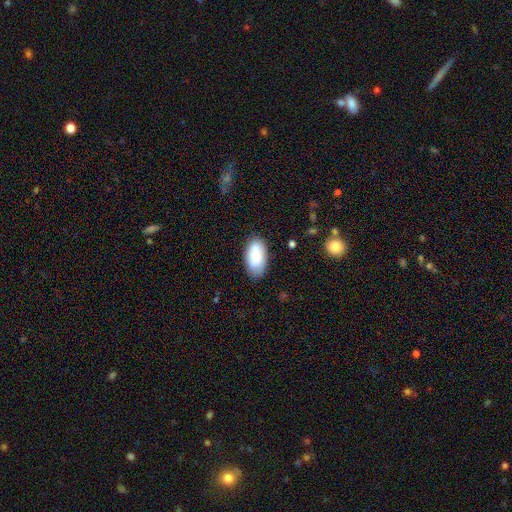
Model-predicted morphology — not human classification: smooth_or_featured: smooth (p=0.79) [alt: featured or disk p=0.14]
how_rounded: in between (p=0.94) [alt: round p=0.03]
merging: none (p=0.79) [alt: minor disturbance p=0.16]